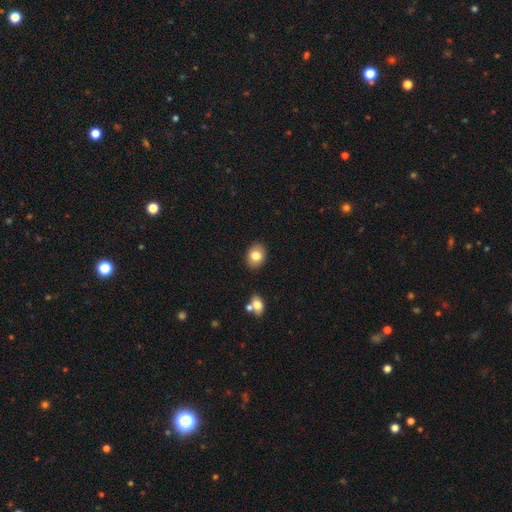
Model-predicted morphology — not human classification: type=smooth (81%); roundness=in between (59%); merging=none (87%).